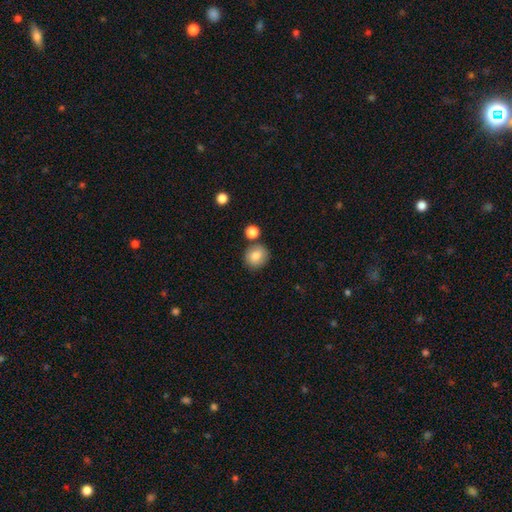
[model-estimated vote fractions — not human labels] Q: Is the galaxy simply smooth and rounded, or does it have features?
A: smooth — 83%.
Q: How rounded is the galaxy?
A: round — 86%.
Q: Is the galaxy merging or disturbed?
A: none — 77%.